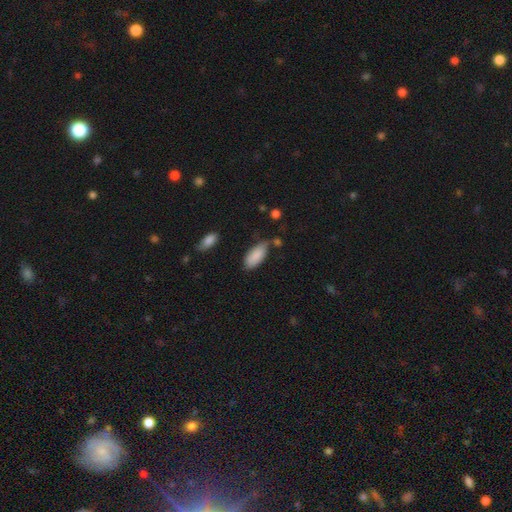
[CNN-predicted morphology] Smooth or featured? Predicted: smooth (p=0.88). How rounded? Predicted: in between (p=0.88). Merging? Predicted: none (p=0.61).